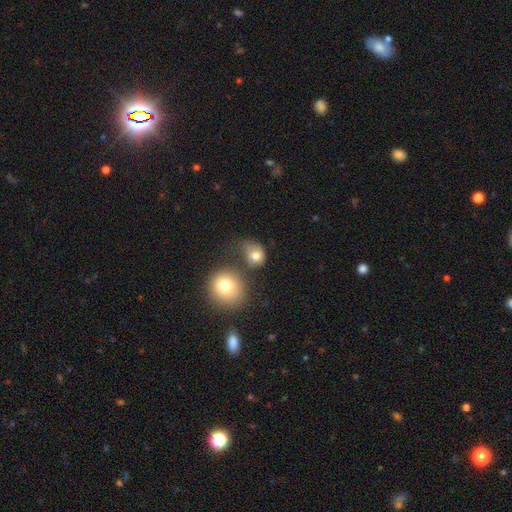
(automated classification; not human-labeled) A smooth galaxy with no disk features (76%) that is round (59%).

Vote fractions:
- Smooth or featured? smooth: 76% / featured or disk: 13% / star or artifact: 11%
- How rounded? round: 59% / in between: 40% / cigar-shaped: 1%
- Merging? none: 34% / merger: 28% / minor disturbance: 20% / major disturbance: 18%